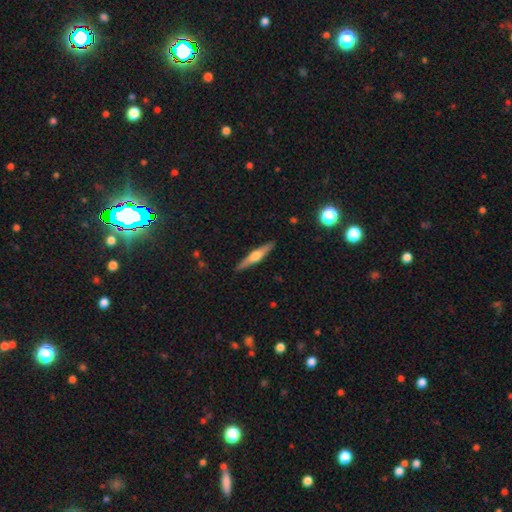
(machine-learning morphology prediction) featured or disk 59%, smooth 35%, star or artifact 6%. Down the decision tree: edge-on disk — yes (96%); edge-on bulge — rounded (92%); merging — none (90%).